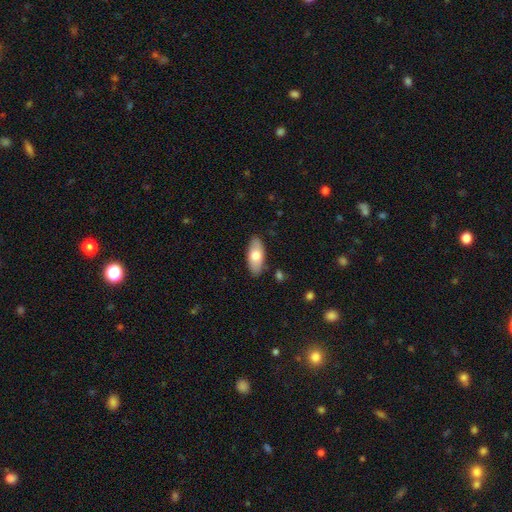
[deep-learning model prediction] smooth 72%, featured or disk 23%, star or artifact 6%. Down the decision tree: how rounded — in between (88%); merging — none (86%).